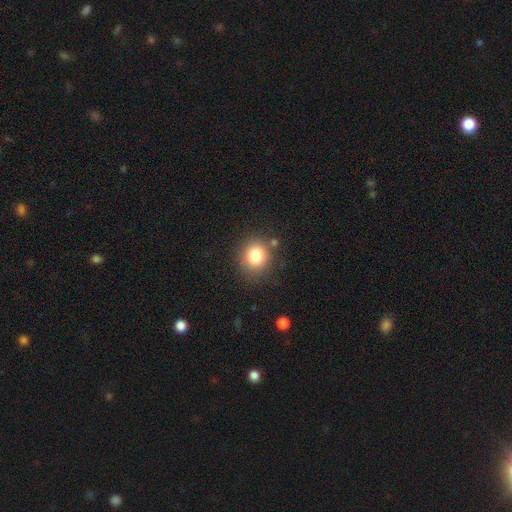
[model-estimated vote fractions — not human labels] The model was most divided on "how rounded": round: 81%, in between: 18%, cigar-shaped: 1%. More confident: smooth or featured — smooth (81%); merging — none (81%).